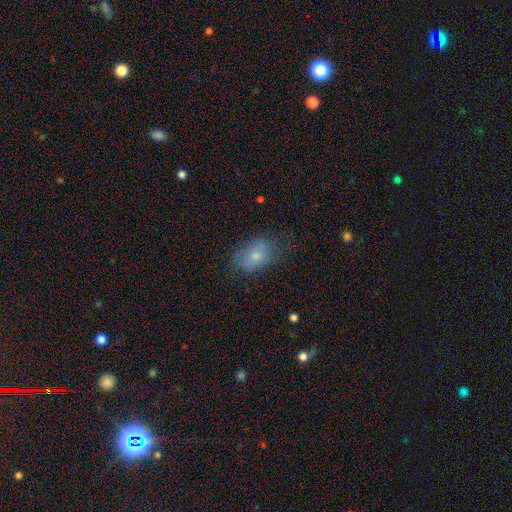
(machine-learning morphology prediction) This is likely a smooth galaxy (70%). How rounded: clearly in between (83%). Merging: likely none (64%).